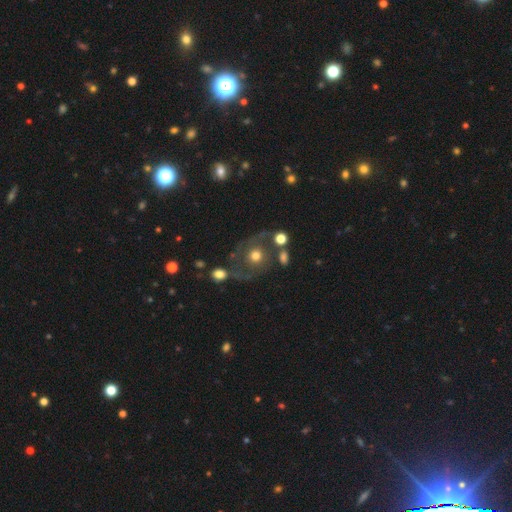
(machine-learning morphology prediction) A featured or disk galaxy (53%) with no bar (85%), spiral arms (61%) and a moderate central bulge (65%). Merging: none (55%).